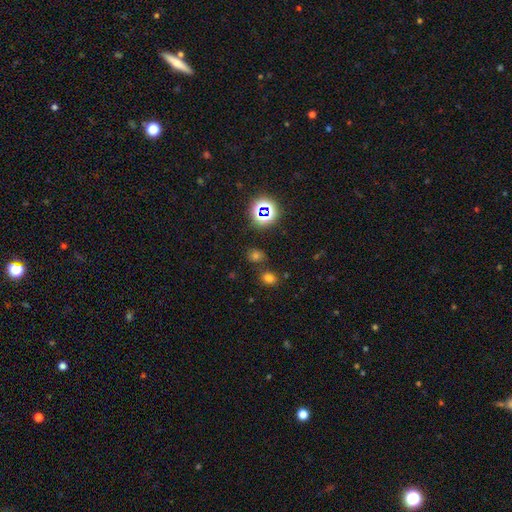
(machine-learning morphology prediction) smooth-or-featured: smooth: 55% | star or artifact: 39% | featured or disk: 7%
  how-rounded: round: 71% | in between: 27% | cigar-shaped: 1%
  merging: none: 74% | merger: 13% | minor disturbance: 9% | major disturbance: 3%